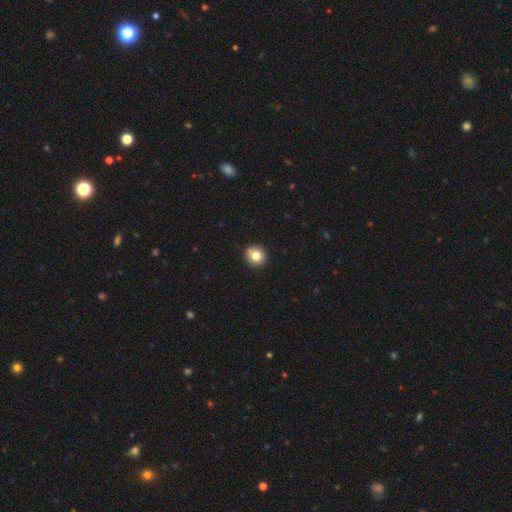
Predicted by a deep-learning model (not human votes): This is clearly a smooth galaxy (81%). How rounded: clearly round (88%). Merging: clearly none (89%).